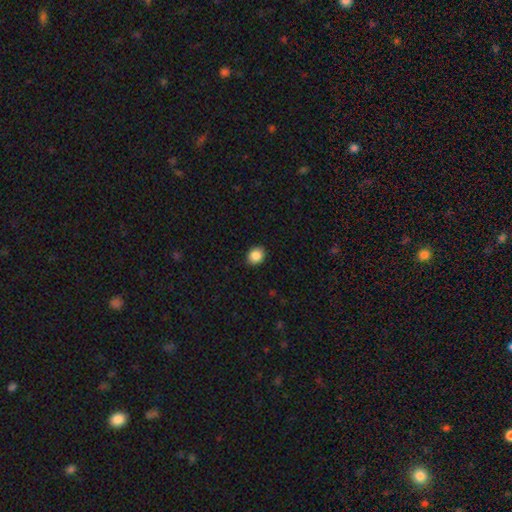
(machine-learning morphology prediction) Smooth or featured? smooth (88%)
How rounded? round (61%)
Merging? none (90%)